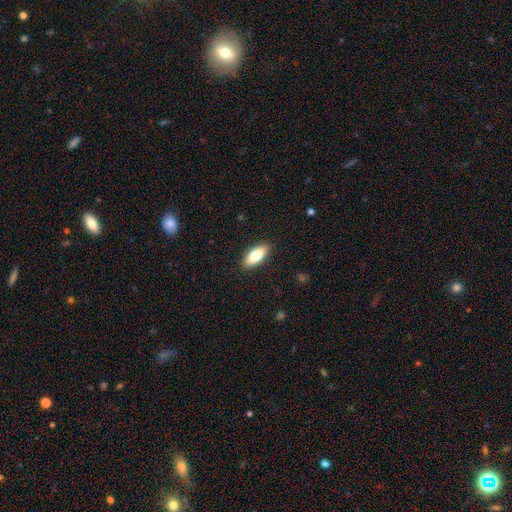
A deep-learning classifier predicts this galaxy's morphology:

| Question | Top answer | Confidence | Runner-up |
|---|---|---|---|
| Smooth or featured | smooth | 78% | featured or disk (16%) |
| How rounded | in between | 80% | cigar-shaped (18%) |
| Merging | none | 89% | minor disturbance (8%) |